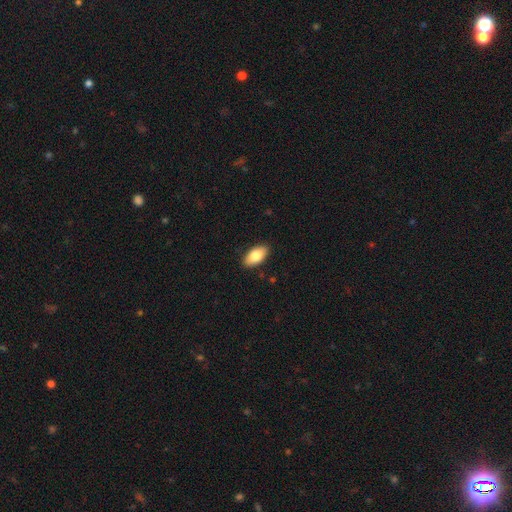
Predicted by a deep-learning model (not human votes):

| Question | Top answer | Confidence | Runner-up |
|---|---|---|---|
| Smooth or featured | smooth | 81% | featured or disk (12%) |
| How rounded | in between | 93% | cigar-shaped (4%) |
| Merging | none | 89% | minor disturbance (8%) |